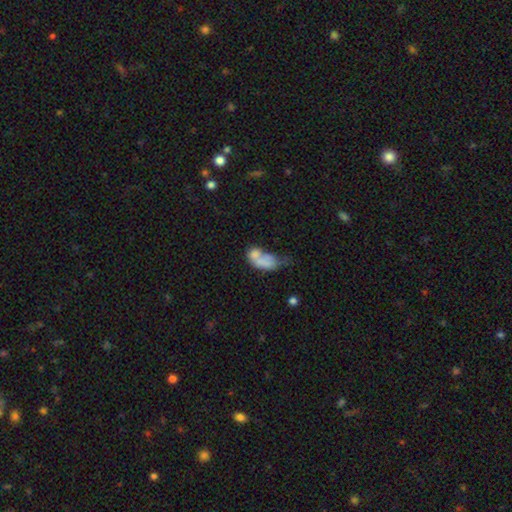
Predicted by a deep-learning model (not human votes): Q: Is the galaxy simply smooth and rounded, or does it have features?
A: smooth — 64%.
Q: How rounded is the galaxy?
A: in between — 85%.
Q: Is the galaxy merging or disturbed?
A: merger — 46%.